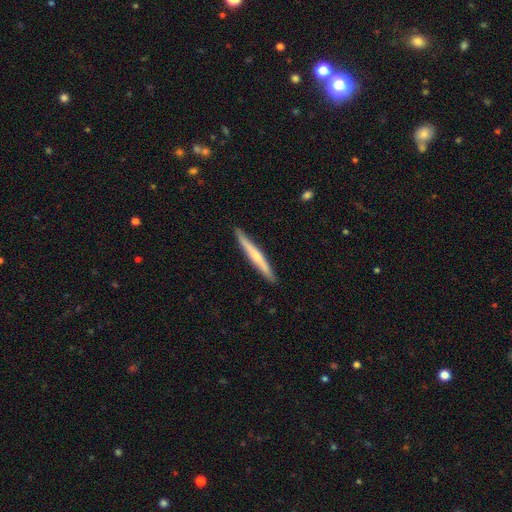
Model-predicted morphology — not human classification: The model was most divided on "smooth or featured": featured or disk: 51%, smooth: 44%, star or artifact: 5%. More confident: edge-on disk — yes (96%); merging — none (91%).